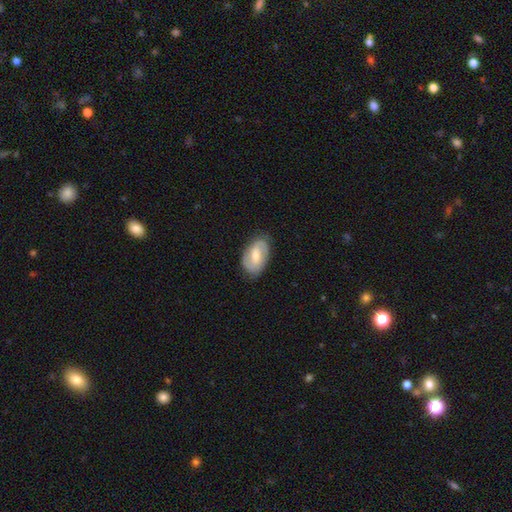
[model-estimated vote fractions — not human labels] A featured or disk galaxy (65%) with a weak bar (53%), 2 (85%) medium (46%) spiral arms (88%) and a moderate central bulge (55%).

Vote fractions:
- Smooth or featured? featured or disk: 65% / smooth: 29% / star or artifact: 6%
- Edge-on disk? no: 96% / yes: 4%
- Bar? weak: 53% / no: 26% / strong: 21%
- Spiral arms? yes: 88% / no: 12%
- Spiral winding? medium: 46% / tight: 33% / loose: 21%
- Spiral arm count? 2: 85% / can't tell: 9% / 1: 3% / 3: 2% / 4: 1% / more than 4: 1%
- Bulge size? moderate: 55% / small: 35% / large: 6% / none: 4% / dominant: 1%
- Merging? none: 81% / minor disturbance: 15% / major disturbance: 4% / merger: 1%